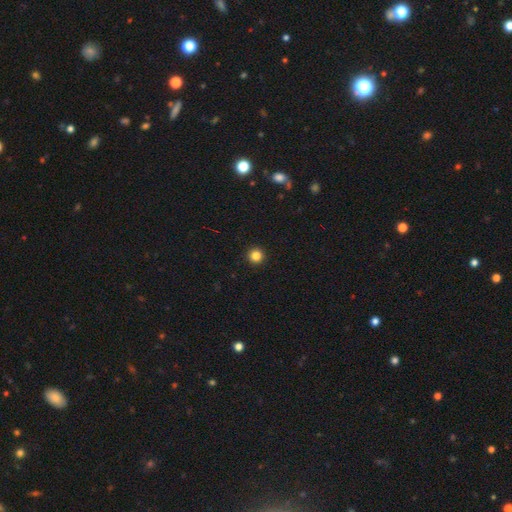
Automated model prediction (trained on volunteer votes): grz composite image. It shows a smooth galaxy with no disk features (84%) that is round (96%). Merging: none (94%).